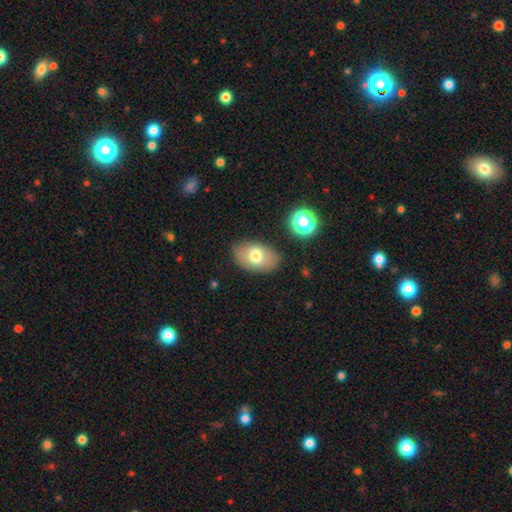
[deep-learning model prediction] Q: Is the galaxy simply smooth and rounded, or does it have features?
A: smooth — 72%.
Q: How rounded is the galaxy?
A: in between — 89%.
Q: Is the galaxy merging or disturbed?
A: none — 83%.